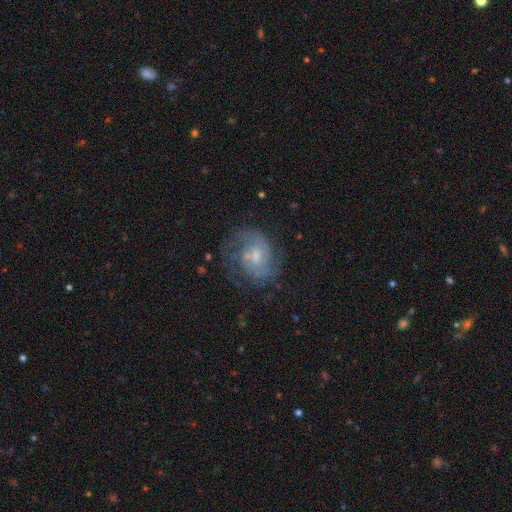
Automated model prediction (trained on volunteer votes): Smooth or featured? Predicted: featured or disk (p=0.79). Edge-on disk? Predicted: no (p=0.98). Bar? Predicted: no (p=0.48). Spiral arms? Predicted: yes (p=0.92). Spiral winding? Predicted: tight (p=0.46). Spiral arm count? Predicted: 2 (p=0.45). Bulge size? Predicted: small (p=0.52). Merging? Predicted: none (p=0.66).